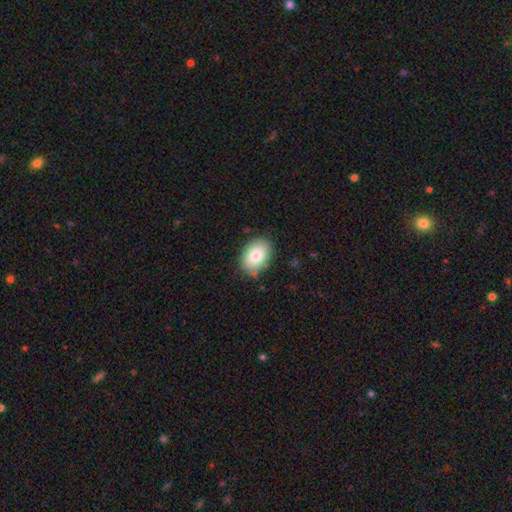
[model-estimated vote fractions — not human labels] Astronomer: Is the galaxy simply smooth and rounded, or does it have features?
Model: smooth — 83%.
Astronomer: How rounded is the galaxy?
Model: in between — 82%.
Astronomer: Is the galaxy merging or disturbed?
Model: none — 83%.